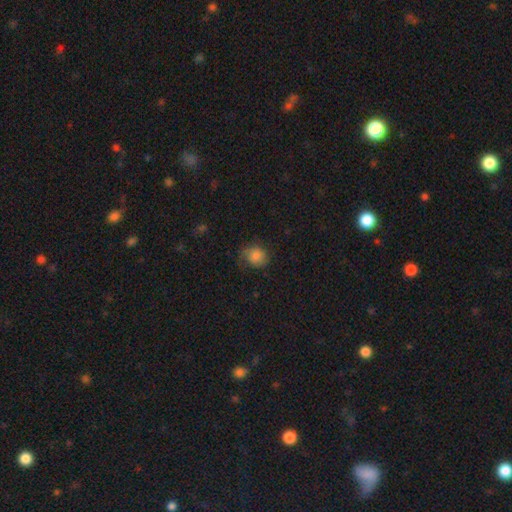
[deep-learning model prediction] smooth_or_featured: smooth (p=0.79) [alt: featured or disk p=0.12]
how_rounded: round (p=0.71) [alt: in between p=0.28]
merging: none (p=0.63) [alt: minor disturbance p=0.25]